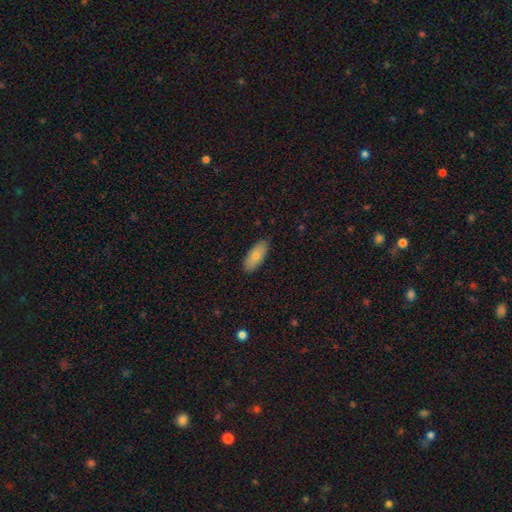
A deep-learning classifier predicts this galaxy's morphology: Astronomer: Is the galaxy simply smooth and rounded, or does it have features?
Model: smooth — 78%.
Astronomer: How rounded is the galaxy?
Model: in between — 82%.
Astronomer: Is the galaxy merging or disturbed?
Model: none — 86%.